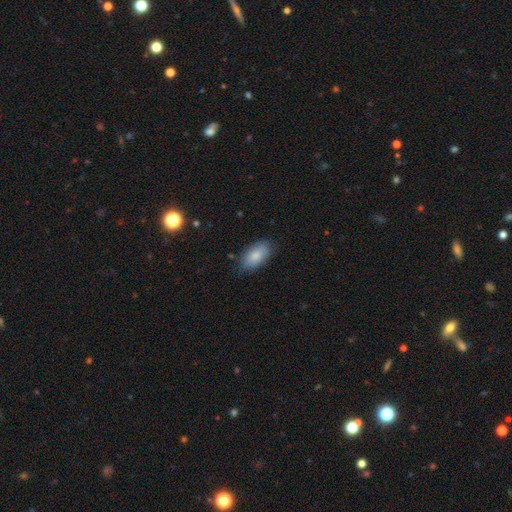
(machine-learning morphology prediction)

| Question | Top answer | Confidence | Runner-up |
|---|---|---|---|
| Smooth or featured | smooth | 82% | featured or disk (11%) |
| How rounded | in between | 93% | cigar-shaped (4%) |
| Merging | none | 75% | minor disturbance (20%) |